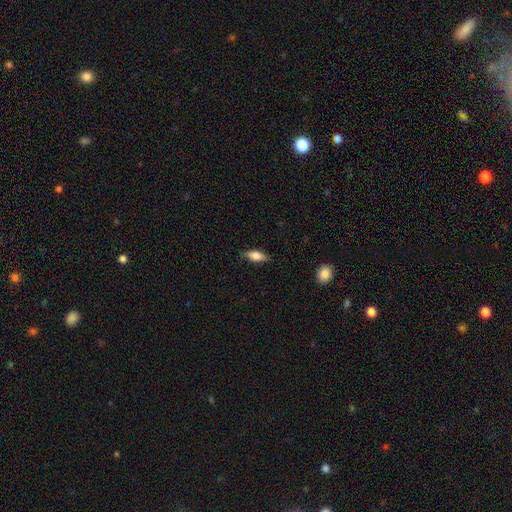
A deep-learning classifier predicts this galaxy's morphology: Smooth or featured?
  - smooth: 73% *
  - featured or disk: 20%
  - star or artifact: 7%
How rounded?
  - in between: 77% *
  - cigar-shaped: 20%
  - round: 3%
Merging?
  - none: 82% *
  - minor disturbance: 15%
  - major disturbance: 3%
  - merger: 1%